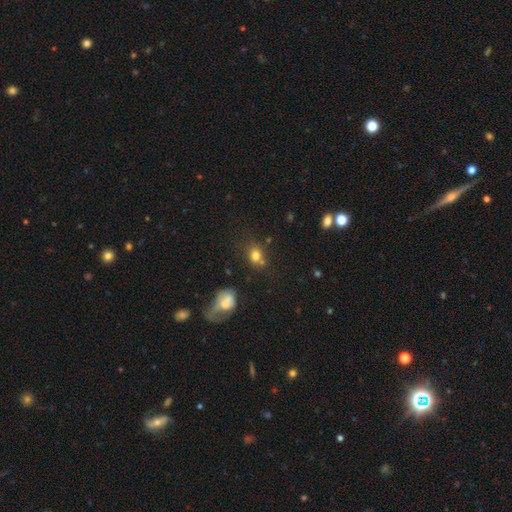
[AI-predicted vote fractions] Q: Smooth or featured?
A: smooth (77%); runner-up: star or artifact (13%)
Q: How rounded?
A: round (55%); runner-up: in between (44%)
Q: Merging?
A: none (55%); runner-up: merger (21%)